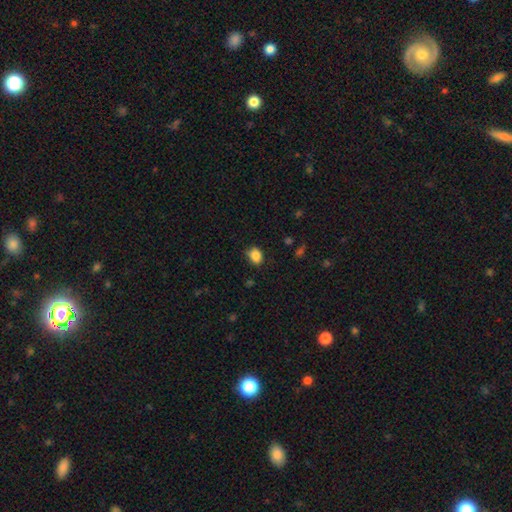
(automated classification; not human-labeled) smooth-or-featured: smooth: 85% | star or artifact: 9% | featured or disk: 5%
  how-rounded: in between: 62% | round: 37% | cigar-shaped: 1%
  merging: none: 72% | minor disturbance: 22% | major disturbance: 4% | merger: 2%